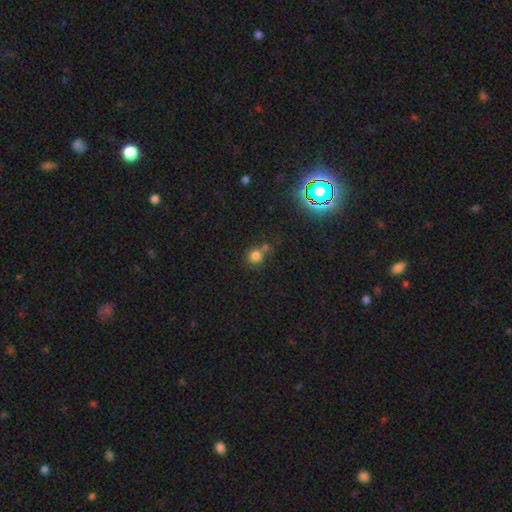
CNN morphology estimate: The model was most divided on "merging": none: 56%, merger: 28%, minor disturbance: 11%, major disturbance: 5%. More confident: how rounded — round (87%); smooth or featured — smooth (76%).